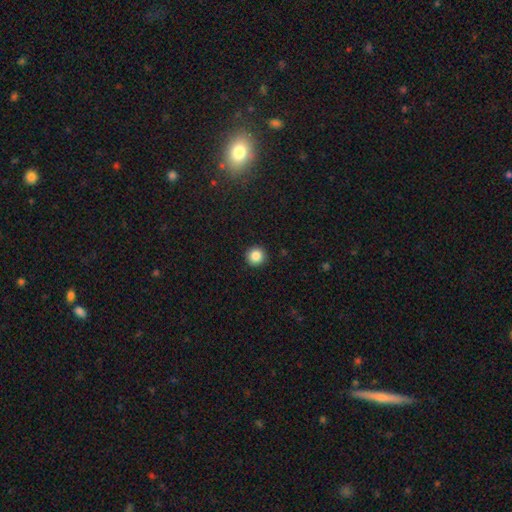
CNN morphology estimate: smooth 86%, star or artifact 10%, featured or disk 4%. Down the decision tree: how rounded — round (96%); merging — none (93%).